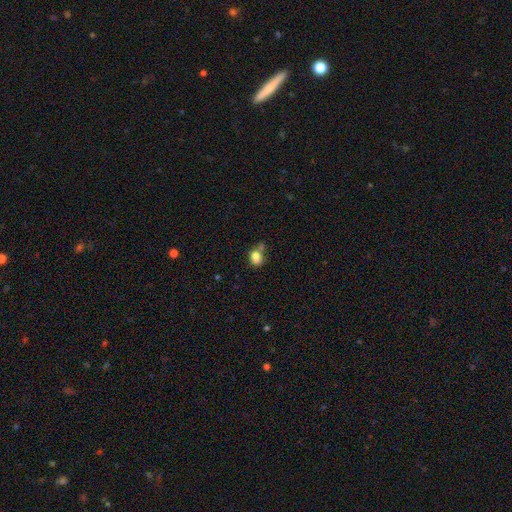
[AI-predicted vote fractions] Q: Smooth or featured?
A: smooth (77%); runner-up: featured or disk (12%)
Q: How rounded?
A: in between (51%); runner-up: round (48%)
Q: Merging?
A: none (42%); runner-up: merger (26%)